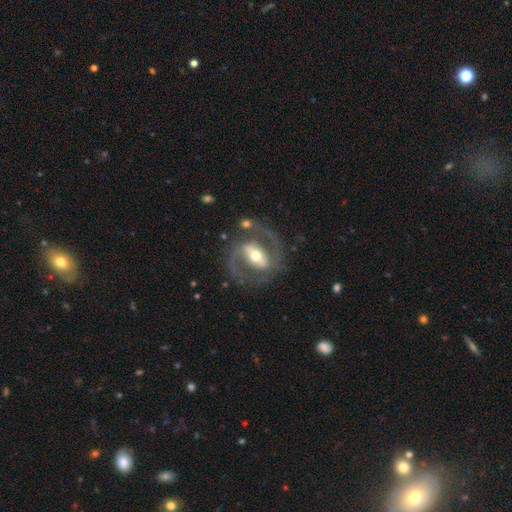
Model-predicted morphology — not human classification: type=featured or disk (88%); edge-on=no (96%); bar=strong (55%); spiral arms=yes (91%); winding=medium (58%); arm count=2 (91%); bulge=moderate (69%); merging=none (77%).